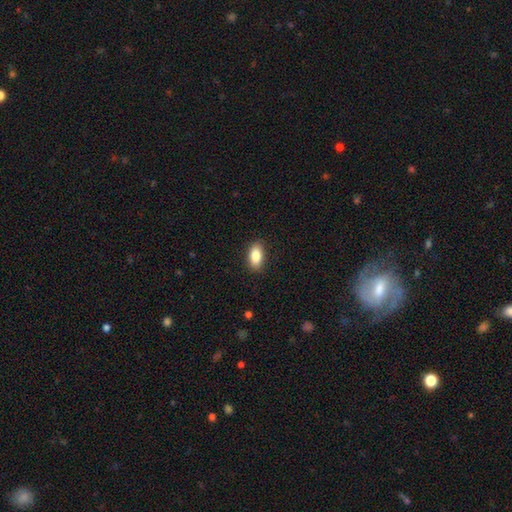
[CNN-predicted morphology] The model was most divided on "smooth or featured": smooth: 86%, star or artifact: 7%, featured or disk: 6%. More confident: how rounded — in between (90%); merging — none (89%).